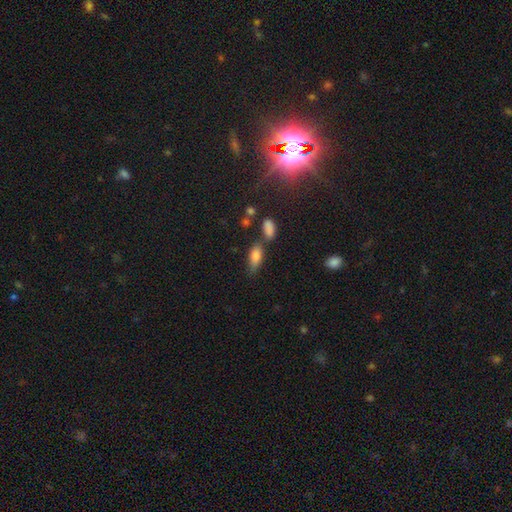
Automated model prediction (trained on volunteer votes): A smooth galaxy with no disk features (77%) that is in between round and cigar-shaped (80%).

Vote fractions:
- Smooth or featured? smooth: 77% / featured or disk: 14% / star or artifact: 9%
- How rounded? in between: 80% / cigar-shaped: 16% / round: 4%
- Merging? none: 53% / merger: 21% / minor disturbance: 20% / major disturbance: 7%